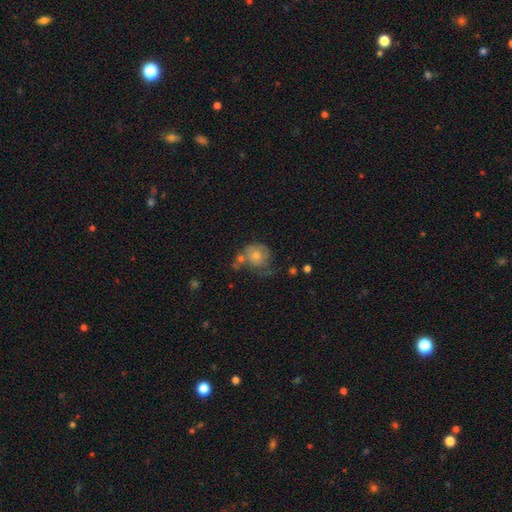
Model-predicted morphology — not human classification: A smooth galaxy with no disk features (54%) that is round (75%). Merging: none (34%).